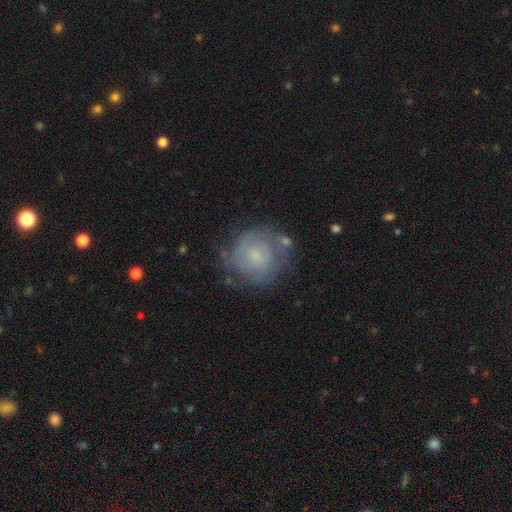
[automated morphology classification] This appears to be a smooth galaxy with no disk features (47%). Merging: none (63%).